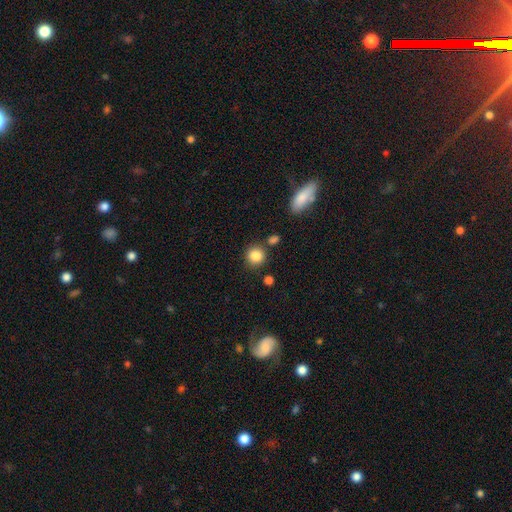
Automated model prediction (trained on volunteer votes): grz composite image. It shows a smooth galaxy with no disk features (86%) that is round (87%). Merging: none (80%).